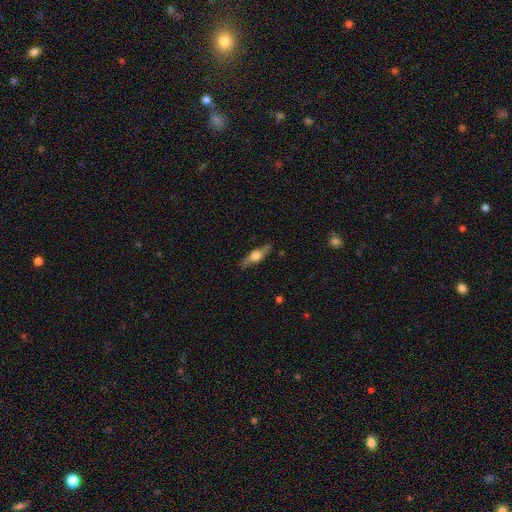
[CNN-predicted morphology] Smooth or featured?
  - featured or disk: 55% *
  - smooth: 39%
  - star or artifact: 6%
Edge-on disk?
  - yes: 90% *
  - no: 10%
Merging?
  - none: 85% *
  - minor disturbance: 12%
  - major disturbance: 2%
  - merger: 1%